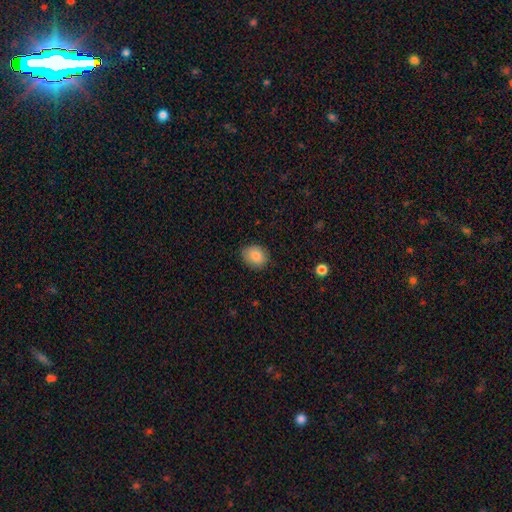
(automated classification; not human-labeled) Overall: smooth (86%). How rounded: round (53%; in between 46%). Merging: none (82%).